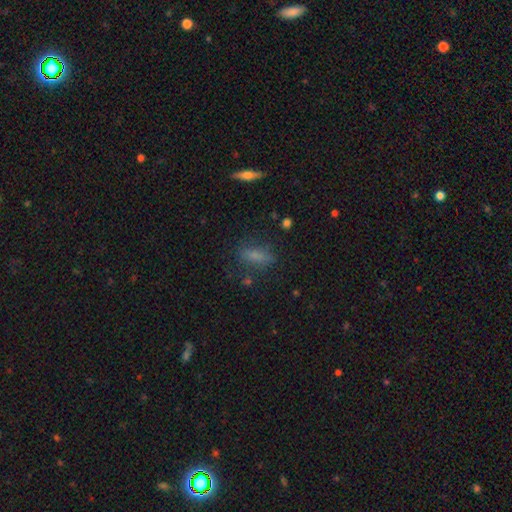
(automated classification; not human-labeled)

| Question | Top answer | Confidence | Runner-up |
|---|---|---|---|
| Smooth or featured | smooth | 70% | featured or disk (15%) |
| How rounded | in between | 64% | cigar-shaped (29%) |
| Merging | none | 72% | minor disturbance (17%) |